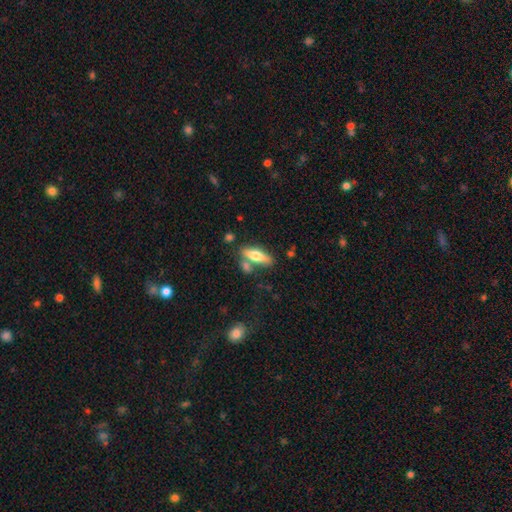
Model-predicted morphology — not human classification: This is possibly a smooth galaxy (59%). How rounded: possibly cigar-shaped (49%). Merging: likely none (67%).